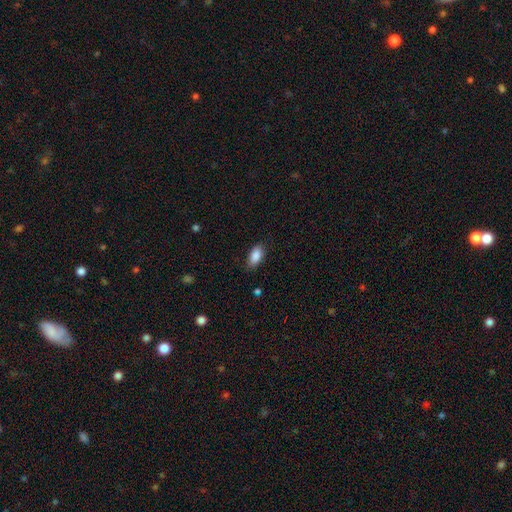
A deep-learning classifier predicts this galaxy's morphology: The model was most divided on "merging": none: 81%, minor disturbance: 15%, major disturbance: 3%, merger: 1%. More confident: how rounded — in between (92%); smooth or featured — smooth (88%).